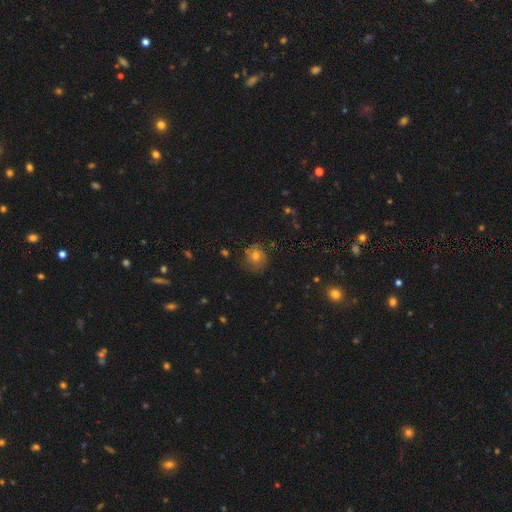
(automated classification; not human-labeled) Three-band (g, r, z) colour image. It shows a smooth galaxy with no disk features (51%) that is round (82%). Merging: none (73%).